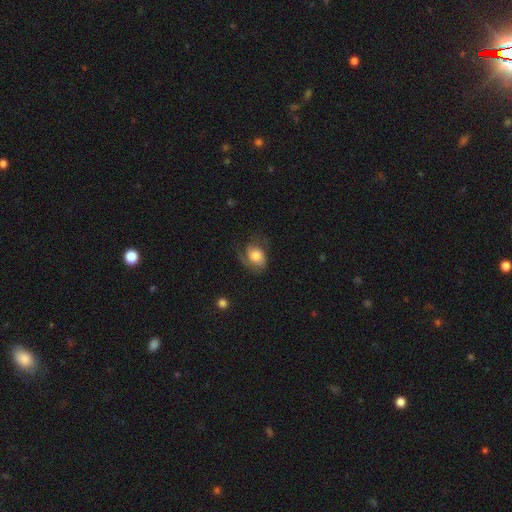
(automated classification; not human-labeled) smooth-or-featured: featured or disk: 59% | smooth: 34% | star or artifact: 8%
  disk-edge-on: no: 97% | yes: 3%
    bar: no: 73% | weak: 23% | strong: 4%
    has-spiral-arms: yes: 89% | no: 11%
      spiral-winding: medium: 42% | loose: 30% | tight: 28%
      spiral-arm-count: 2: 42% | 1: 38% | can't tell: 11% | 3: 6% | 4: 2% | more than 4: 2%
    bulge-size: moderate: 53% | large: 25% | small: 16% | dominant: 4% | none: 3%
  merging: none: 50% | major disturbance: 25% | minor disturbance: 24% | merger: 2%